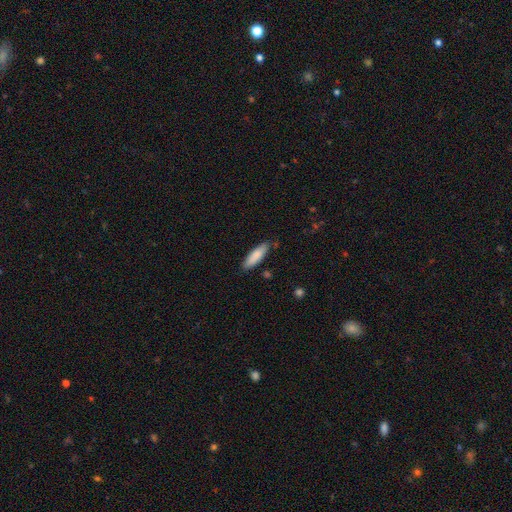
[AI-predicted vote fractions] Smooth or featured? Predicted: smooth (p=0.85). How rounded? Predicted: cigar-shaped (p=0.58). Merging? Predicted: none (p=0.83).